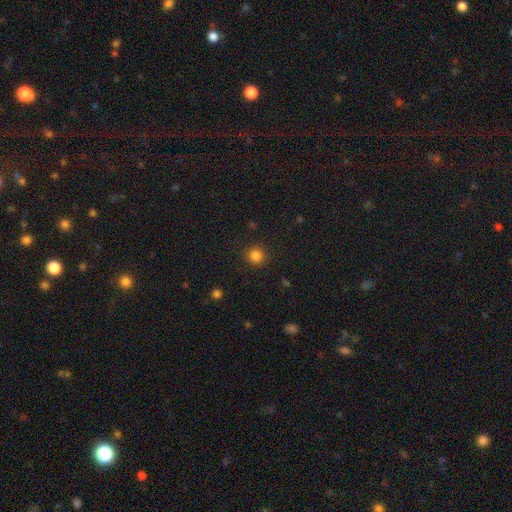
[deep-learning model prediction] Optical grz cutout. It shows a smooth galaxy with no disk features (84%) that is round (91%). Merging: none (90%).